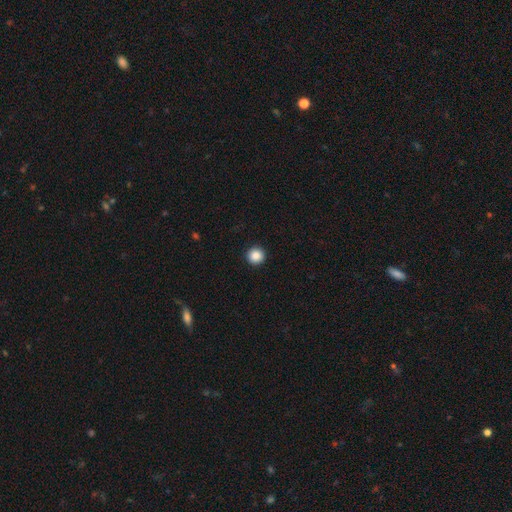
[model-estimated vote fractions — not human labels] smooth-or-featured: smooth: 88% | star or artifact: 9% | featured or disk: 3%
  how-rounded: round: 96% | in between: 3% | cigar-shaped: 1%
  merging: none: 94% | minor disturbance: 4% | major disturbance: 1% | merger: 1%